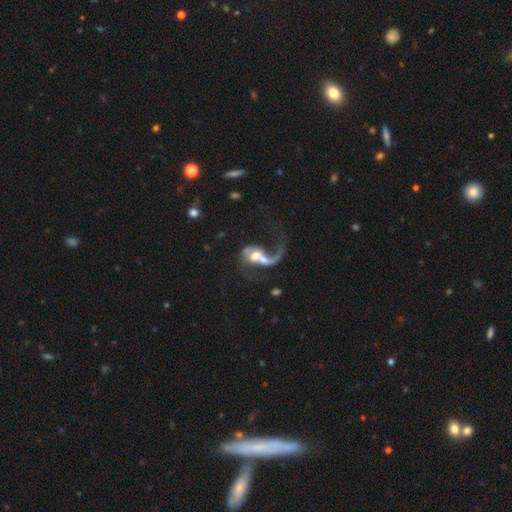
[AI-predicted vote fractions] Smooth or featured: featured or disk — 70% (smooth — 23%)
Edge-on disk: no — 96% (yes — 4%)
Bar: no — 59% (weak — 30%)
Spiral arms: yes — 80% (no — 20%)
Spiral winding: loose — 85% (medium — 12%)
Spiral arm count: 1 — 76% (2 — 18%)
Bulge size: moderate — 53% (large — 21%)
Merging: merger — 43% (major disturbance — 31%)